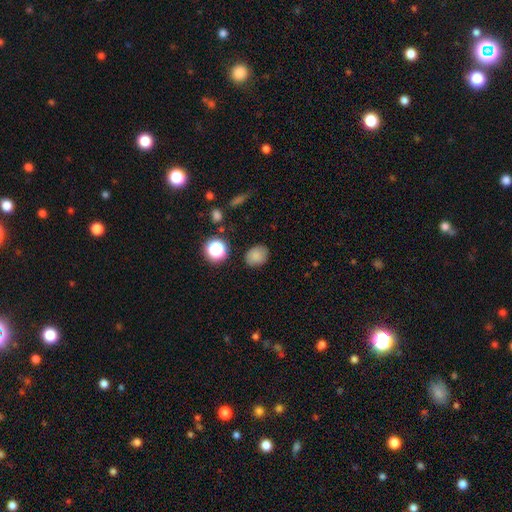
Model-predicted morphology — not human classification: smooth 81%, star or artifact 13%, featured or disk 7%. Down the decision tree: how rounded — round (54%); merging — none (82%).